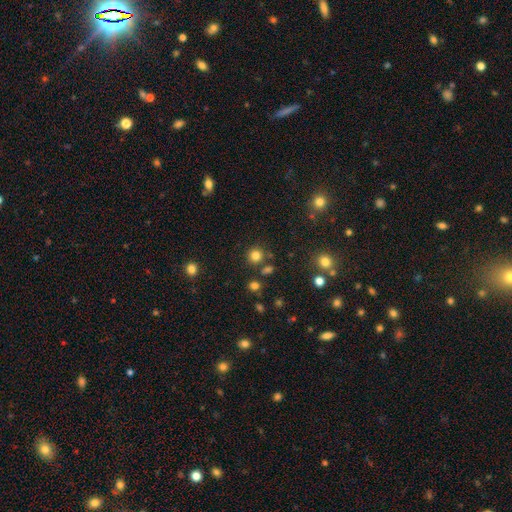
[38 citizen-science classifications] Morphology: type=smooth (95%); roundness=round (94%); merging=none (92%).